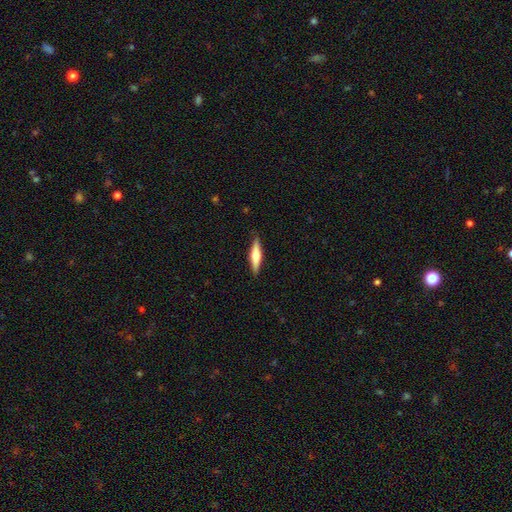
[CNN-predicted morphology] Q: Smooth or featured?
A: featured or disk (51%); runner-up: smooth (43%)
Q: Edge-on disk?
A: yes (96%); runner-up: no (4%)
Q: Merging?
A: none (89%); runner-up: minor disturbance (9%)